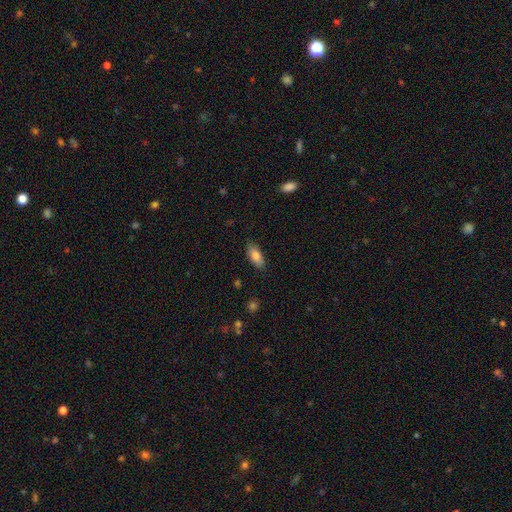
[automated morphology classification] This appears to be a smooth galaxy with no disk features (82%) that is in between round and cigar-shaped (87%). Merging: none (85%).